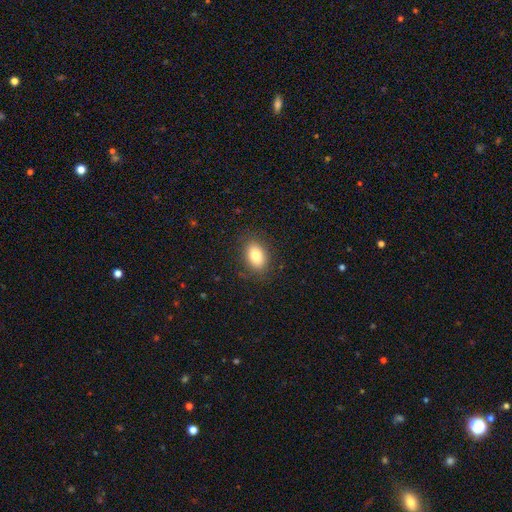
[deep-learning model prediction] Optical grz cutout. It shows a smooth galaxy with no disk features (81%) that is in between round and cigar-shaped (83%). Merging: none (86%).